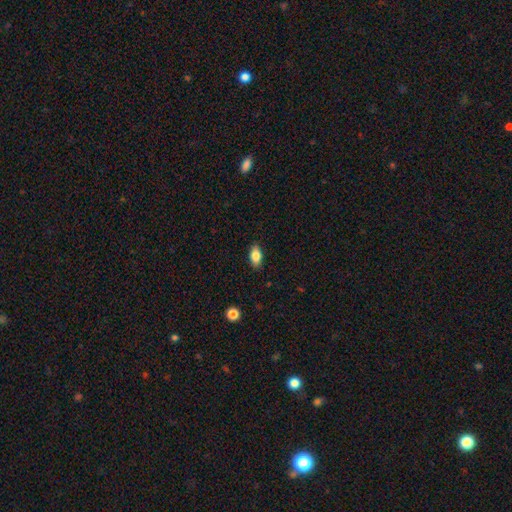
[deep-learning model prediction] A smooth galaxy with no disk features (83%) that is in between round and cigar-shaped (89%).

Vote fractions:
- Smooth or featured? smooth: 83% / featured or disk: 9% / star or artifact: 8%
- How rounded? in between: 89% / round: 7% / cigar-shaped: 5%
- Merging? none: 87% / minor disturbance: 10% / major disturbance: 2% / merger: 1%